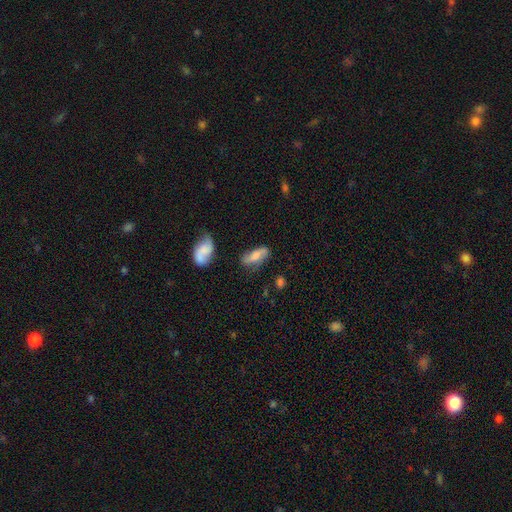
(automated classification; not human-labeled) This is possibly a smooth galaxy (46%, tied with featured or disk). Merging: likely none (63%).